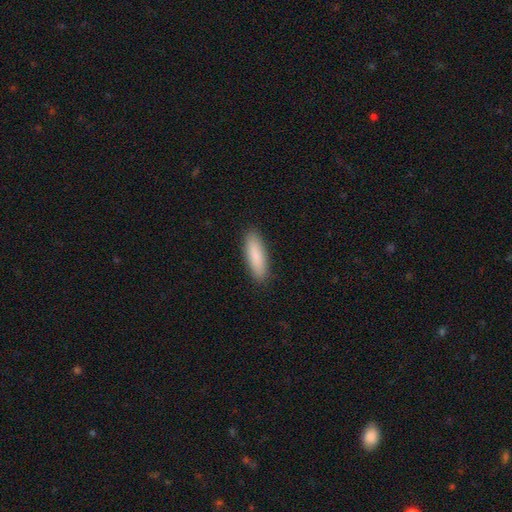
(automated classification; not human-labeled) A smooth galaxy with no disk features (88%) that is cigar-shaped (58%).

Vote fractions:
- Smooth or featured? smooth: 88% / featured or disk: 7% / star or artifact: 5%
- How rounded? cigar-shaped: 58% / in between: 40% / round: 1%
- Merging? none: 90% / minor disturbance: 7% / major disturbance: 2% / merger: 1%